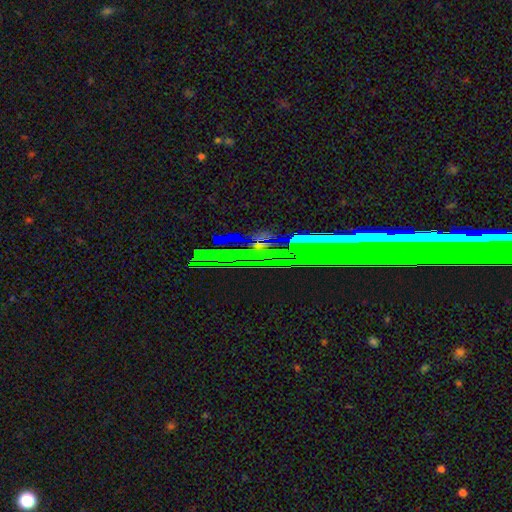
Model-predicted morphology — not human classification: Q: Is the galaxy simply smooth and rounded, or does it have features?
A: star or artifact — 62%.